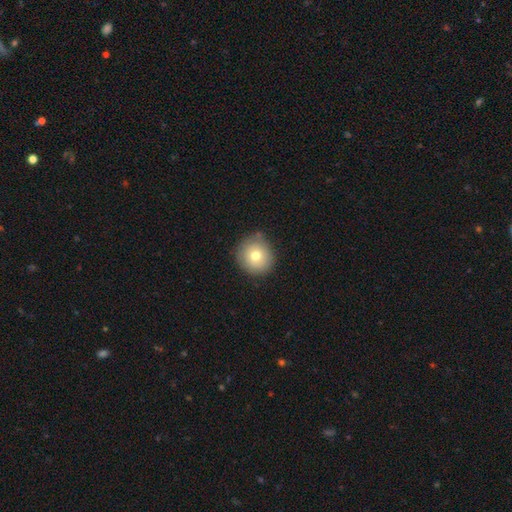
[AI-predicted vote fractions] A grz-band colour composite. It shows a smooth galaxy with no disk features (73%) that is round (93%). Merging: none (79%).